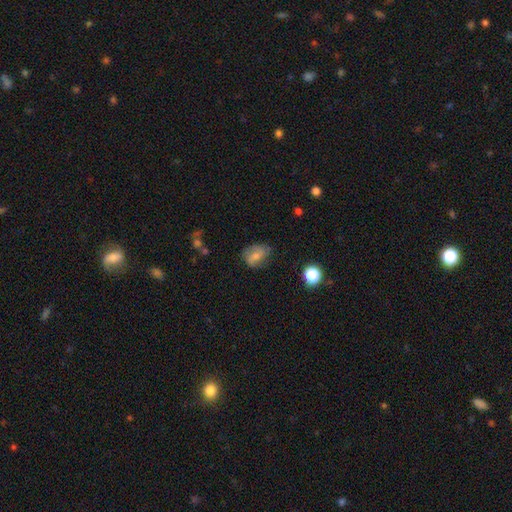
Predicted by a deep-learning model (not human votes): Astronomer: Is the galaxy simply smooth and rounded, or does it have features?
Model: smooth — 58%.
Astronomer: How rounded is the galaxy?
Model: in between — 74%.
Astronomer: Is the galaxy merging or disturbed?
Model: none — 59%.